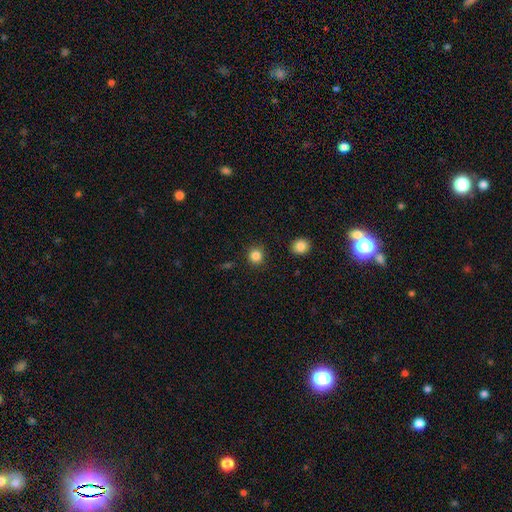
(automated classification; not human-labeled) Smooth or featured? Predicted: smooth (p=0.85). How rounded? Predicted: round (p=0.91). Merging? Predicted: none (p=0.89).